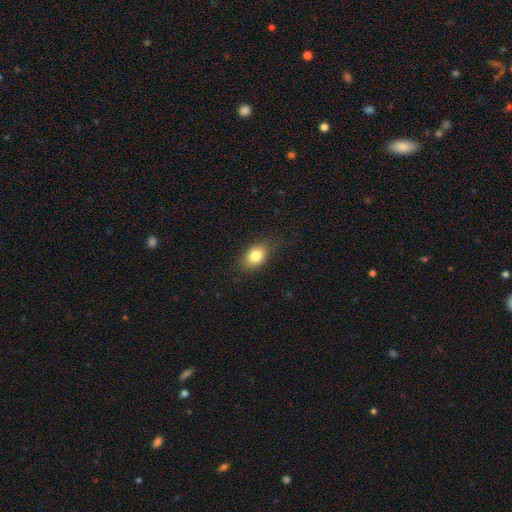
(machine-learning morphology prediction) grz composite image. It shows a smooth galaxy with no disk features (81%) that is in between round and cigar-shaped (73%). Merging: none (80%).